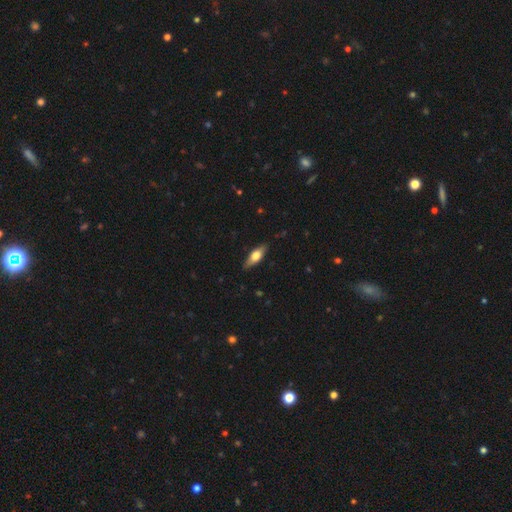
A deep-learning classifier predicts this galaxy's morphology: smooth 54%, featured or disk 40%, star or artifact 6%. Down the decision tree: how rounded — in between (60%); merging — none (85%).